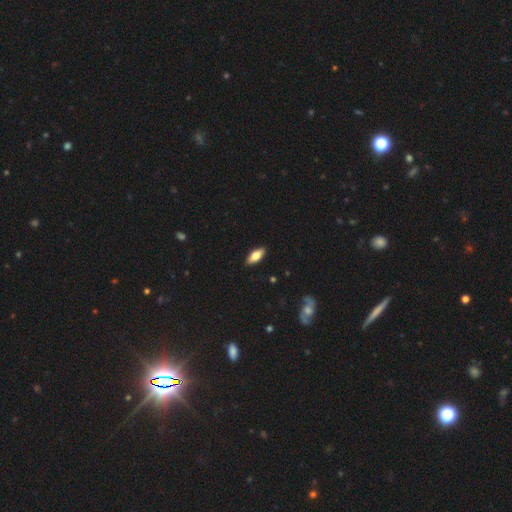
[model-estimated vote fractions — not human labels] Smooth or featured?
  - smooth: 66% *
  - featured or disk: 28%
  - star or artifact: 6%
How rounded?
  - in between: 77% *
  - cigar-shaped: 20%
  - round: 3%
Merging?
  - none: 89% *
  - minor disturbance: 8%
  - major disturbance: 2%
  - merger: 1%